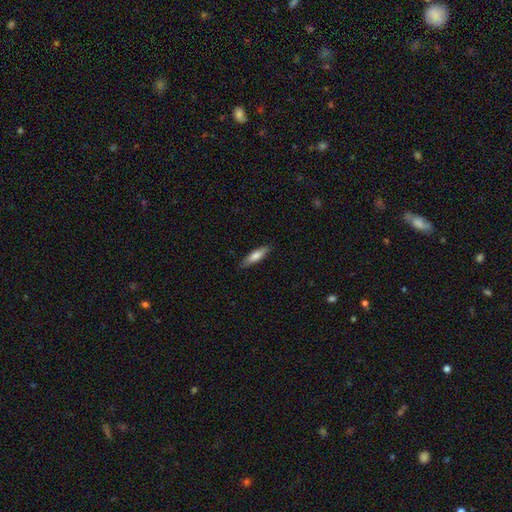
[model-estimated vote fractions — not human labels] This appears to be a smooth galaxy with no disk features (74%) that is cigar-shaped (66%). Merging: none (85%).